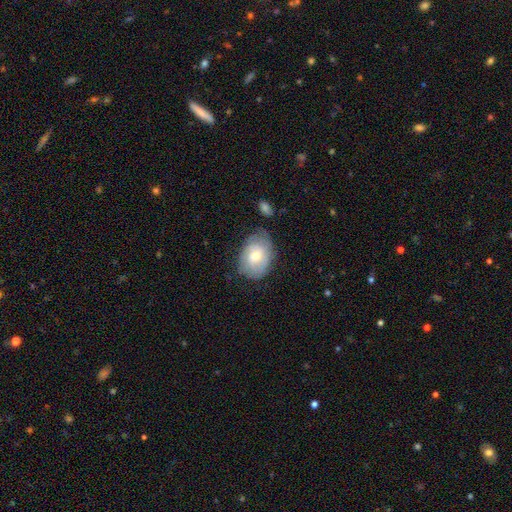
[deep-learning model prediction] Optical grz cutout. It shows a featured or disk galaxy (49%). Merging: none (66%).